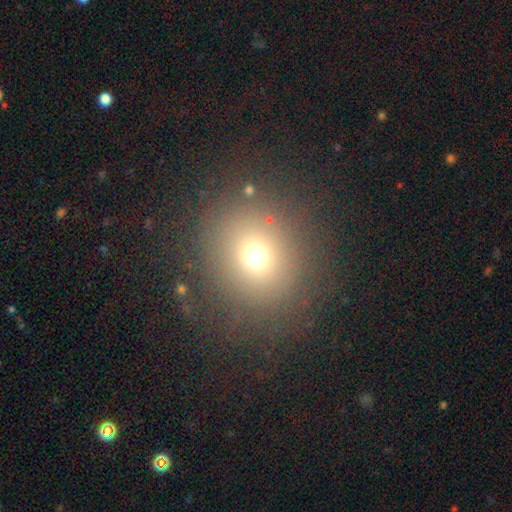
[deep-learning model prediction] Smooth or featured?
  - smooth: 69% *
  - star or artifact: 20%
  - featured or disk: 11%
How rounded?
  - round: 83% *
  - in between: 16%
  - cigar-shaped: 1%
Merging?
  - none: 83% *
  - minor disturbance: 9%
  - major disturbance: 6%
  - merger: 2%